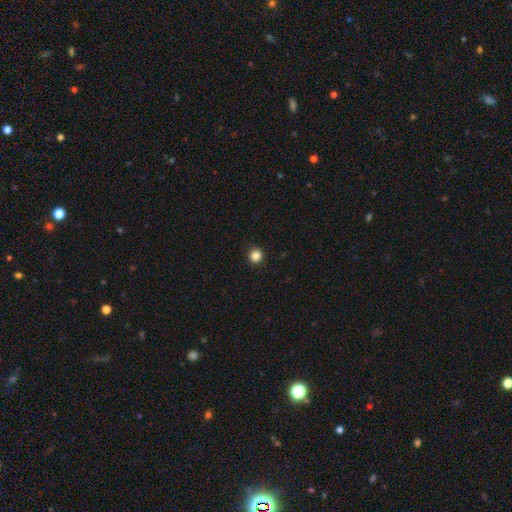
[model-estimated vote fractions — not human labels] smooth-or-featured: smooth: 84% | star or artifact: 12% | featured or disk: 4%
  how-rounded: round: 96% | in between: 3% | cigar-shaped: 1%
  merging: none: 93% | minor disturbance: 4% | major disturbance: 1% | merger: 1%